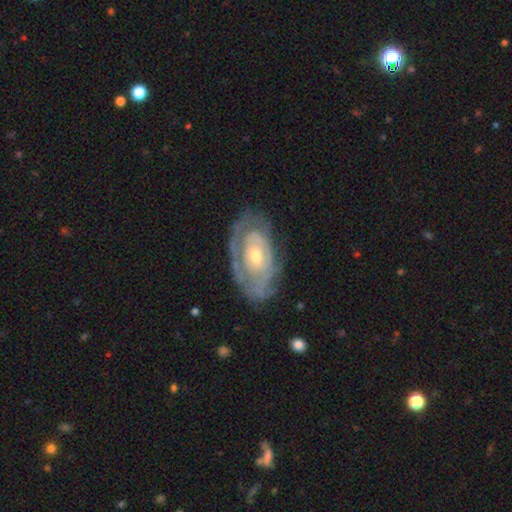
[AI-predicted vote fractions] smooth_or_featured: featured or disk (p=0.79) [alt: smooth p=0.16]
disk_edge_on: no (p=0.94) [alt: yes p=0.06]
bar: no (p=0.73) [alt: weak p=0.22]
has_spiral_arms: yes (p=0.75) [alt: no p=0.25]
spiral_winding: tight (p=0.70) [alt: medium p=0.22]
spiral_arm_count: can't tell (p=0.52) [alt: 2 p=0.23]
bulge_size: small (p=0.51) [alt: moderate p=0.44]
merging: none (p=0.64) [alt: minor disturbance p=0.22]